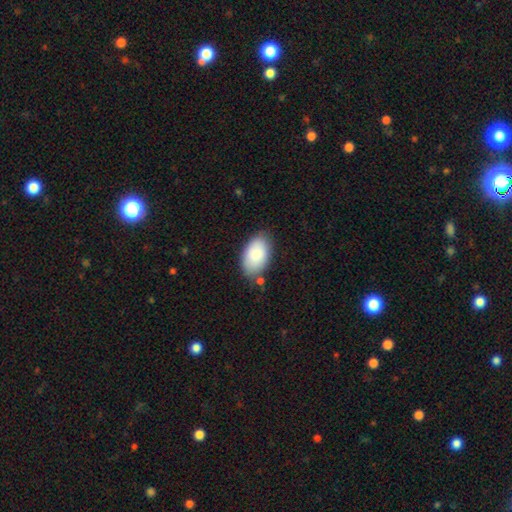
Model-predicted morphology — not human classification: Smooth or featured?
  - smooth: 86% *
  - featured or disk: 9%
  - star or artifact: 6%
How rounded?
  - in between: 94% *
  - round: 4%
  - cigar-shaped: 1%
Merging?
  - none: 78% *
  - minor disturbance: 15%
  - merger: 4%
  - major disturbance: 3%